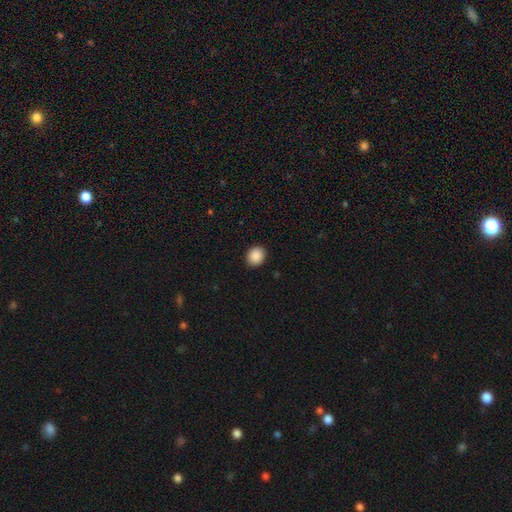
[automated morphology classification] A smooth galaxy with no disk features (89%) that is round (77%).

Vote fractions:
- Smooth or featured? smooth: 89% / star or artifact: 8% / featured or disk: 3%
- How rounded? round: 77% / in between: 22% / cigar-shaped: 1%
- Merging? none: 92% / minor disturbance: 5% / major disturbance: 2% / merger: 1%